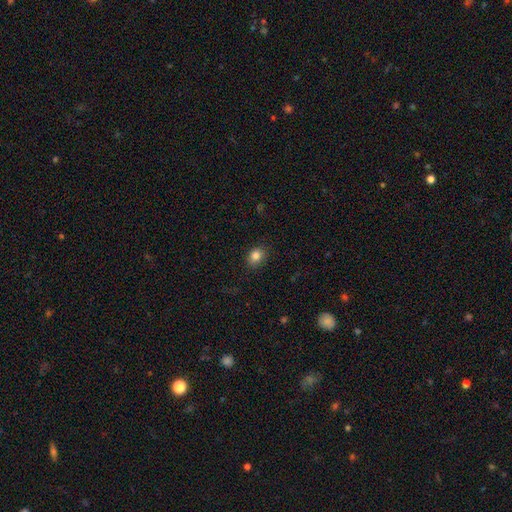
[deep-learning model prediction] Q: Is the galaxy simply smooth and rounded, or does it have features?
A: smooth — 84%.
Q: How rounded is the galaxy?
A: in between — 52%.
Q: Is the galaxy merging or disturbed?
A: none — 87%.